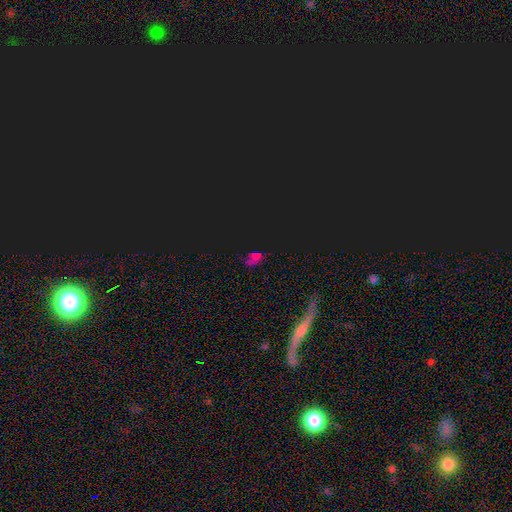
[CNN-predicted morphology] smooth_or_featured: star or artifact (p=0.62) [alt: smooth p=0.27]